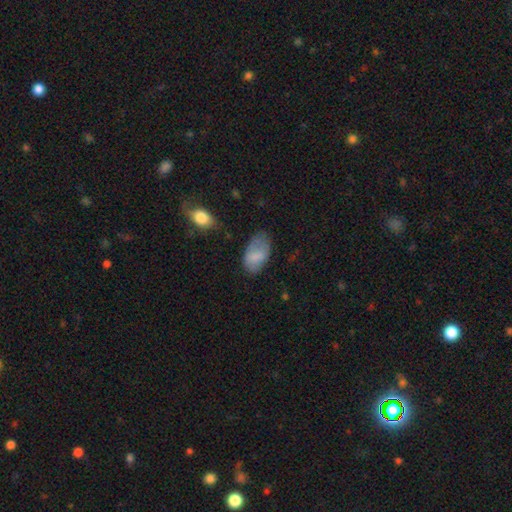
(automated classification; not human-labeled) smooth_or_featured: smooth (p=0.77) [alt: featured or disk p=0.16]
how_rounded: in between (p=0.93) [alt: round p=0.05]
merging: none (p=0.56) [alt: minor disturbance p=0.29]